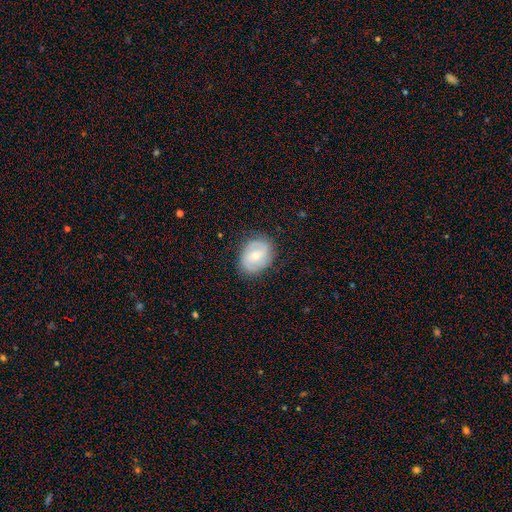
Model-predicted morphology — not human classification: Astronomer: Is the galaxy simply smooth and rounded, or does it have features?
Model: featured or disk — 64%.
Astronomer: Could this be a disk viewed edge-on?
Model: no — 96%.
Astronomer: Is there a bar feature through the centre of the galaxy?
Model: weak — 45% (runner-up: no, 42%).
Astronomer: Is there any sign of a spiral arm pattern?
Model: yes — 84%.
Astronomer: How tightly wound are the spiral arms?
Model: medium — 44% (runner-up: tight, 38%).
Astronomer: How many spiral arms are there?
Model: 2 — 72%.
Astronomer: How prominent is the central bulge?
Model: moderate — 50% (runner-up: small, 46%).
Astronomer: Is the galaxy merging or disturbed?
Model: none — 81%.